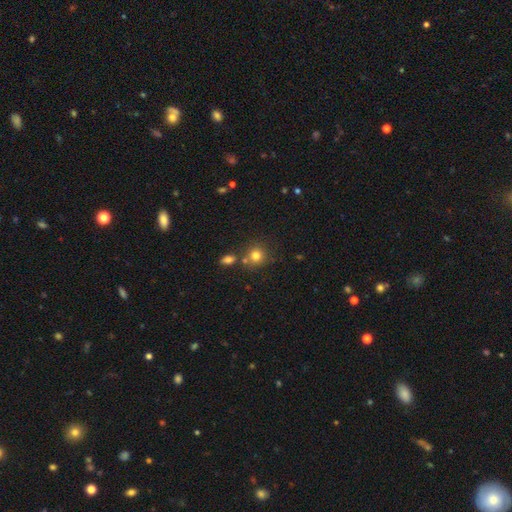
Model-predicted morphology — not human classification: Smooth or featured? Predicted: smooth (p=0.79). How rounded? Predicted: round (p=0.87). Merging? Predicted: none (p=0.68).